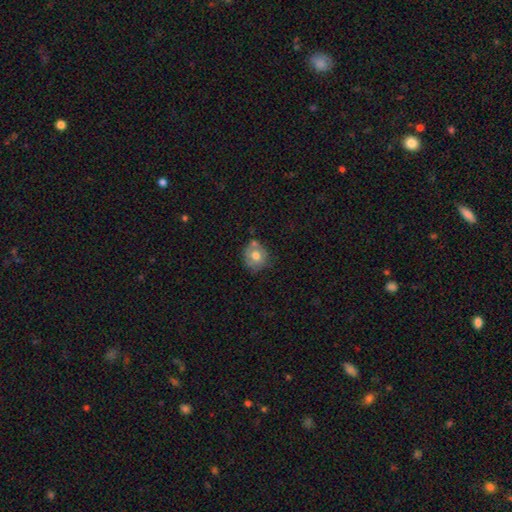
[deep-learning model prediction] smooth_or_featured: smooth (p=0.65) [alt: featured or disk p=0.27]
how_rounded: round (p=0.77) [alt: in between p=0.22]
merging: none (p=0.59) [alt: minor disturbance p=0.24]